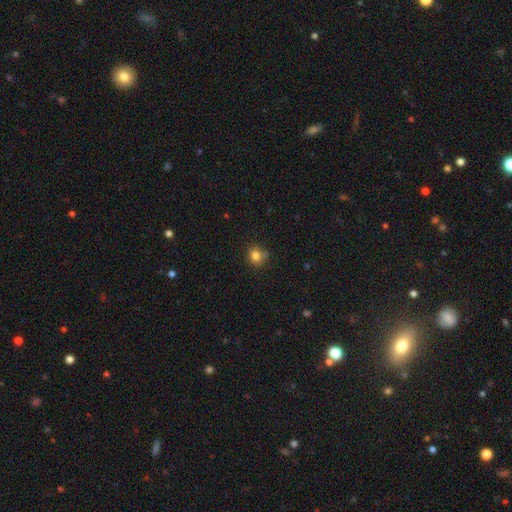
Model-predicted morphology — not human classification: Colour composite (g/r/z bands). It shows a smooth galaxy with no disk features (82%) that is round (79%). Merging: none (71%).